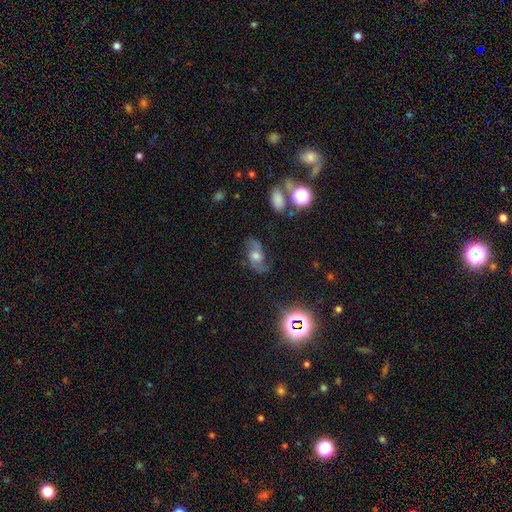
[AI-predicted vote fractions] This appears to be a featured or disk galaxy (69%) with no bar (62%), 2 (87%) loose (46%) spiral arms (91%) and a moderate central bulge (59%). Merging: none (69%).